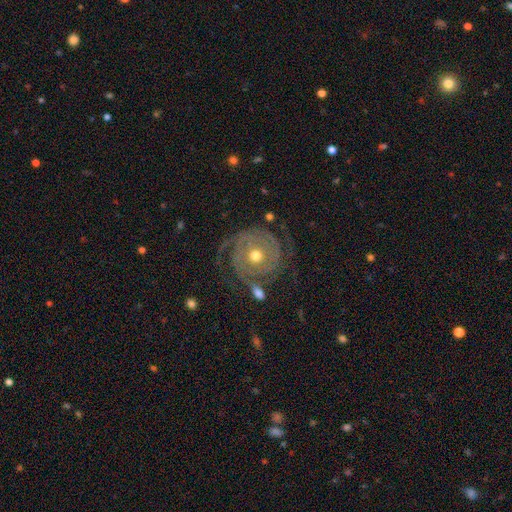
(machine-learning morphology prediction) A featured or disk galaxy (88%) with no bar (81%), 2 (58%) tight (71%) spiral arms (95%) and a moderate central bulge (75%).

Vote fractions:
- Smooth or featured? featured or disk: 88% / smooth: 7% / star or artifact: 5%
- Edge-on disk? no: 97% / yes: 3%
- Bar? no: 81% / weak: 14% / strong: 5%
- Spiral arms? yes: 95% / no: 5%
- Spiral winding? tight: 71% / medium: 21% / loose: 7%
- Spiral arm count? 2: 58% / 3: 15% / can't tell: 12% / 1: 5% / 4: 5% / more than 4: 5%
- Bulge size? moderate: 75% / small: 20% / large: 4% / dominant: 1% / none: 1%
- Merging? none: 71% / minor disturbance: 15% / major disturbance: 10% / merger: 4%